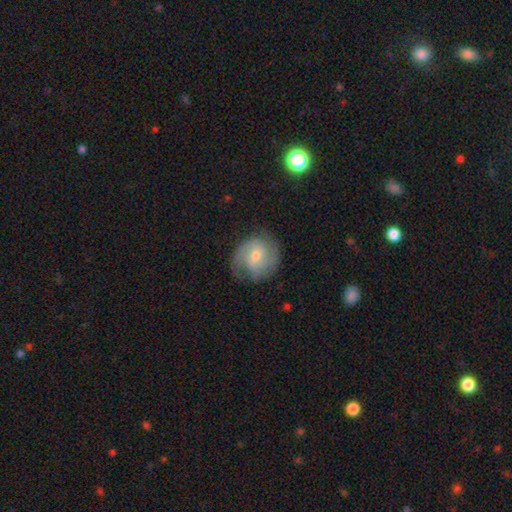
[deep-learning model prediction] A featured or disk galaxy (68%) with no bar (56%), 2 (64%) tight (47%) spiral arms (91%) and a moderate central bulge (53%). Merging: none (70%).